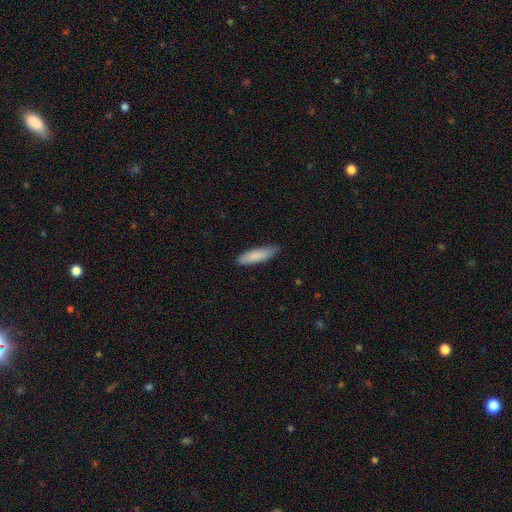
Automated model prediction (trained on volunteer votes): smooth-or-featured: smooth: 85% | featured or disk: 10% | star or artifact: 5%
  how-rounded: cigar-shaped: 67% | in between: 32% | round: 1%
  merging: none: 76% | minor disturbance: 20% | major disturbance: 2% | merger: 1%